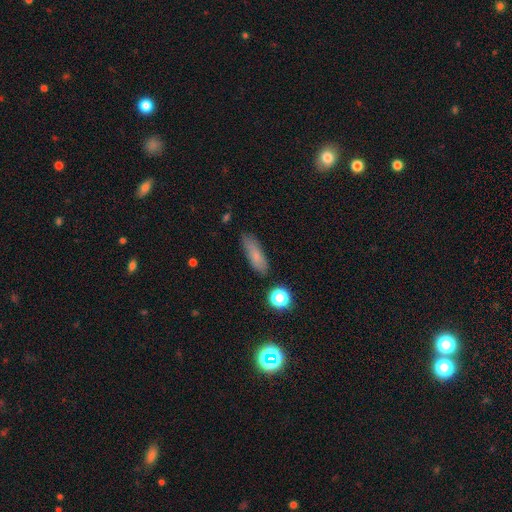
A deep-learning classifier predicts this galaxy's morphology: The model was most divided on "how rounded": in between: 52%, cigar-shaped: 44%, round: 4%. More confident: merging — none (77%); smooth or featured — smooth (76%).